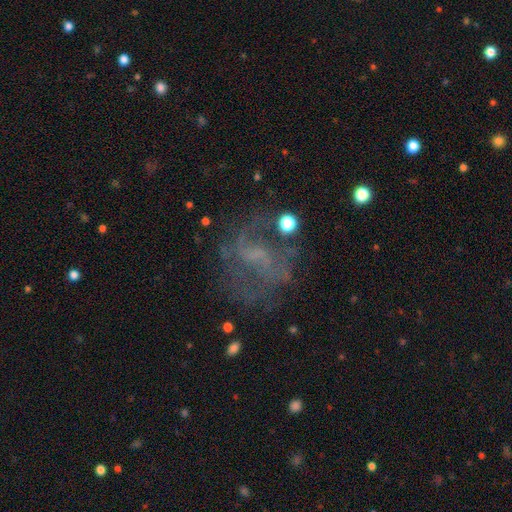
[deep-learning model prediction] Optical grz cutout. It shows a featured or disk galaxy (60%) with no bar (48%), spiral arms (58%) and no central bulge (52%). Merging: none (54%).